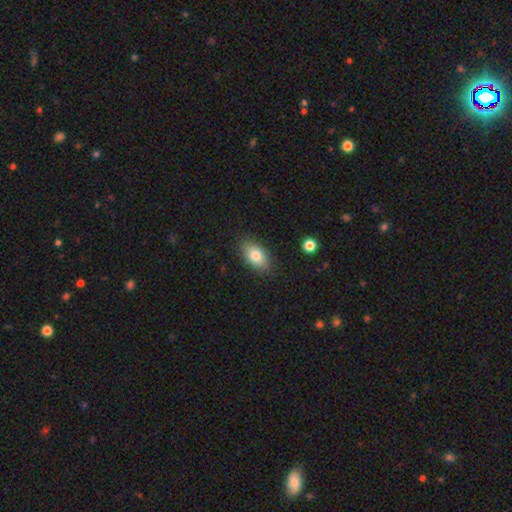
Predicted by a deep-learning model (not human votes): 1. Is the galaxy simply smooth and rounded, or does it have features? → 80% smooth, 12% featured or disk, 8% star or artifact.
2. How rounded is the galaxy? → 89% in between, 8% round, 3% cigar-shaped.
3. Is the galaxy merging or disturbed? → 85% none, 11% minor disturbance, 3% major disturbance, 1% merger.